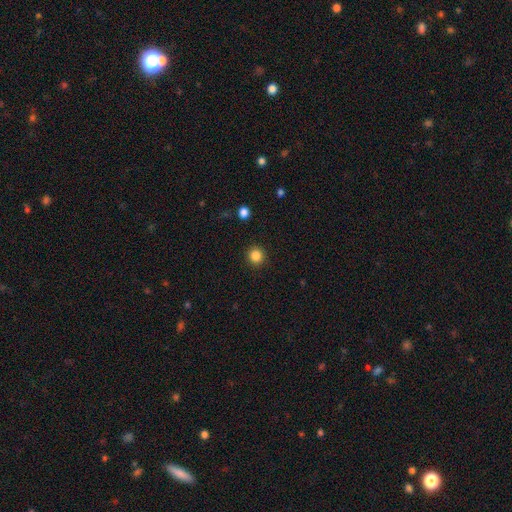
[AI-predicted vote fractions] smooth 85%, star or artifact 12%, featured or disk 4%. Down the decision tree: how rounded — round (93%); merging — none (92%).